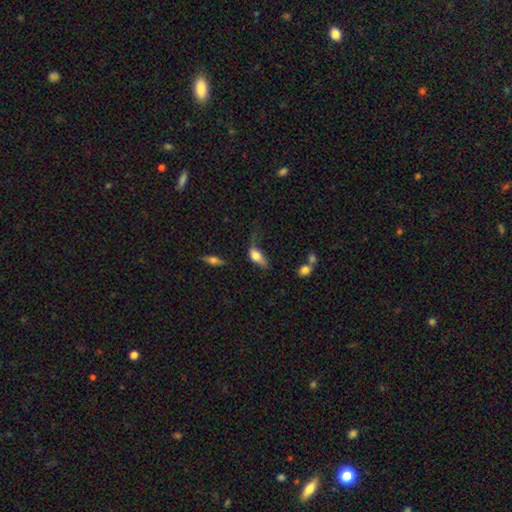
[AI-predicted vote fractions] Smooth or featured? Predicted: smooth (p=0.67). How rounded? Predicted: in between (p=0.83). Merging? Predicted: major disturbance (p=0.37).